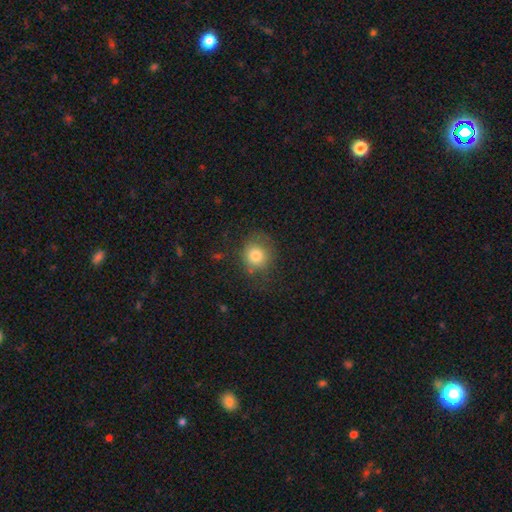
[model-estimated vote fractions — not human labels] Smooth or featured: smooth — 80% (star or artifact — 11%)
How rounded: round — 81% (in between — 18%)
Merging: none — 70% (minor disturbance — 19%)